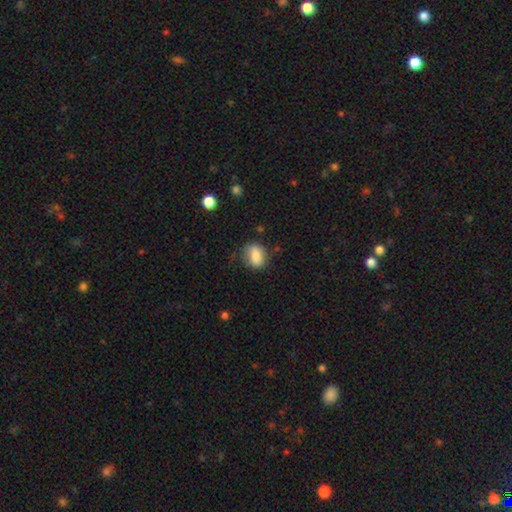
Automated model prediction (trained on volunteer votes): Overall: smooth (81%). How rounded: in between (67%; round 32%). Merging: none (63%; minor disturbance 26%).